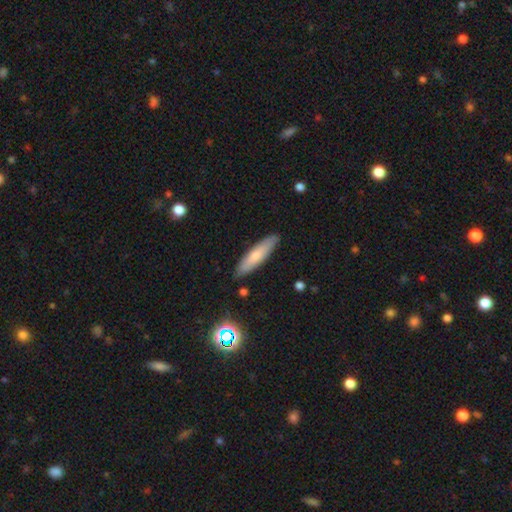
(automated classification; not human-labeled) The model was most divided on "smooth or featured": smooth: 70%, featured or disk: 23%, star or artifact: 7%. More confident: merging — none (88%); how rounded — cigar-shaped (77%).